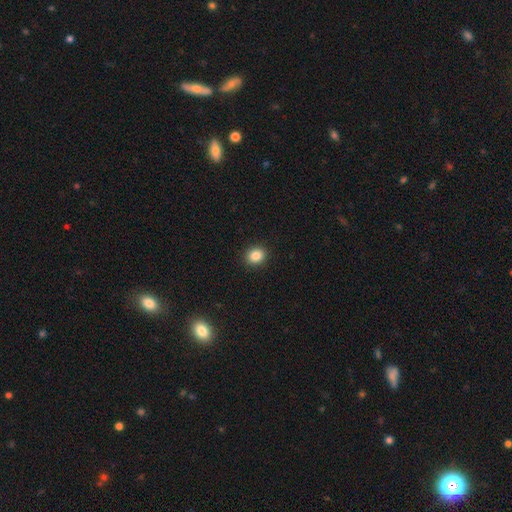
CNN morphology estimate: type=smooth (86%); roundness=round (75%); merging=none (92%).